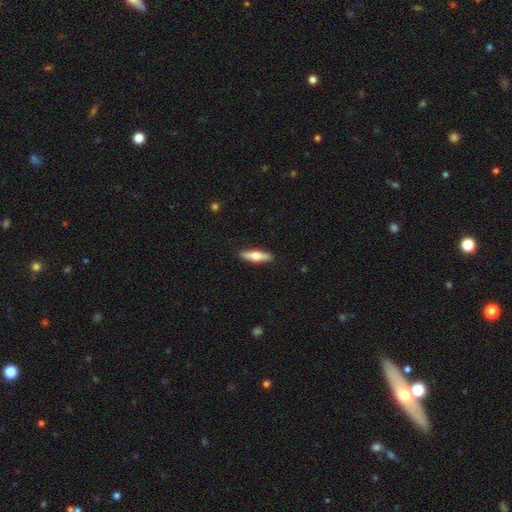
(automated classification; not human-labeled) This appears to be a smooth galaxy with no disk features (56%) that is cigar-shaped (71%). Merging: none (90%).